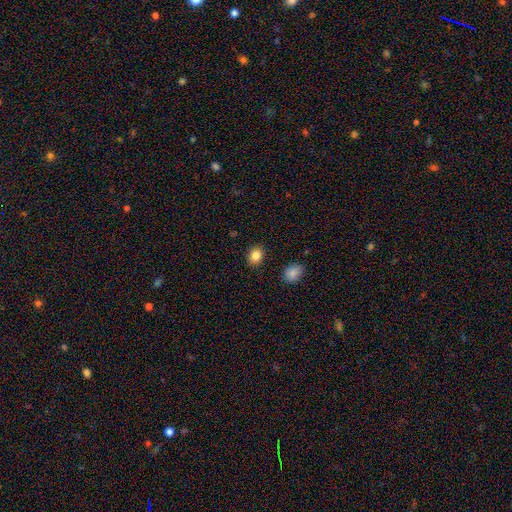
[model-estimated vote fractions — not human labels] The model was most divided on "how rounded": round: 53%, in between: 46%, cigar-shaped: 1%. More confident: merging — none (89%); smooth or featured — smooth (85%).